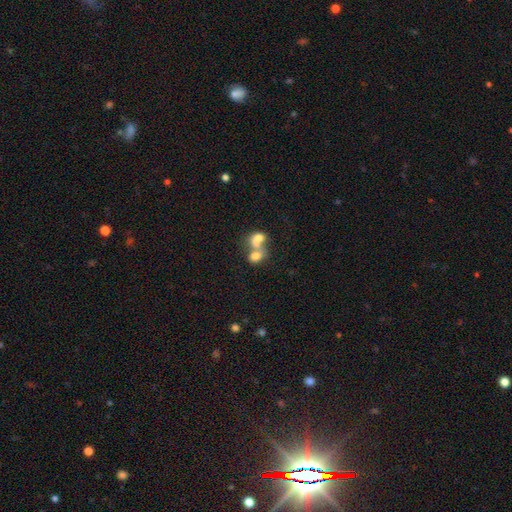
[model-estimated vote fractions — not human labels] Morphology: type=smooth (71%); roundness=in between (56%); merging=merger (70%).